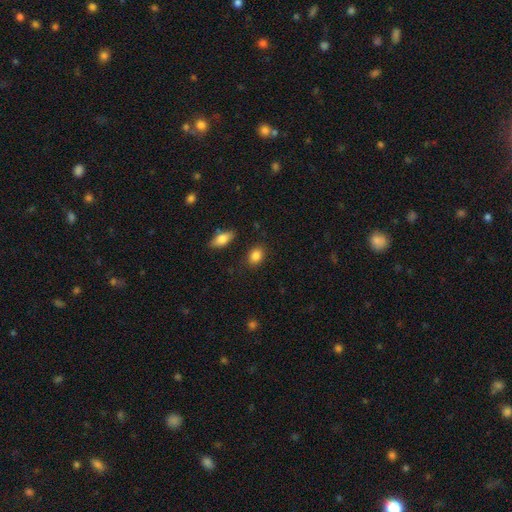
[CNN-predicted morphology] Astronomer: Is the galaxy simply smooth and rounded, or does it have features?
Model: smooth — 86%.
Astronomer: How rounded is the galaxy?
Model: in between — 69%.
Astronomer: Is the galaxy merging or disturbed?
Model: none — 85%.